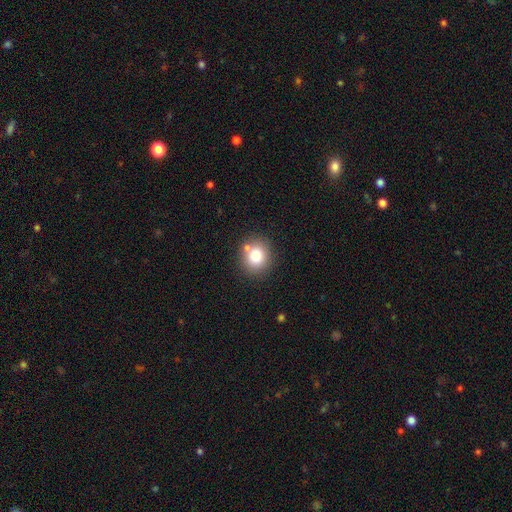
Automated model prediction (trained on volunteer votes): Smooth or featured? smooth (79%)
How rounded? round (78%)
Merging? none (76%)